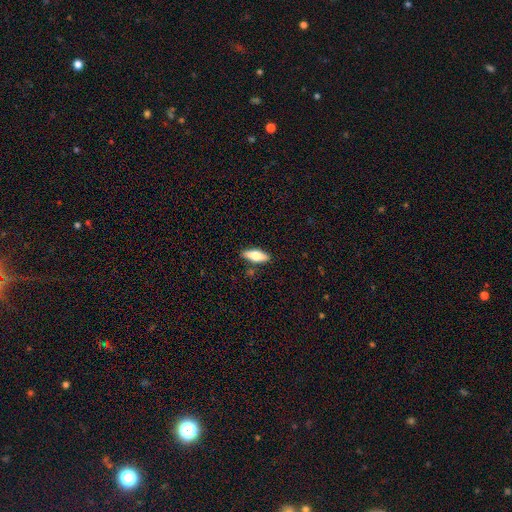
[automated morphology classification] Smooth or featured? smooth (65%)
How rounded? in between (65%)
Merging? none (85%)